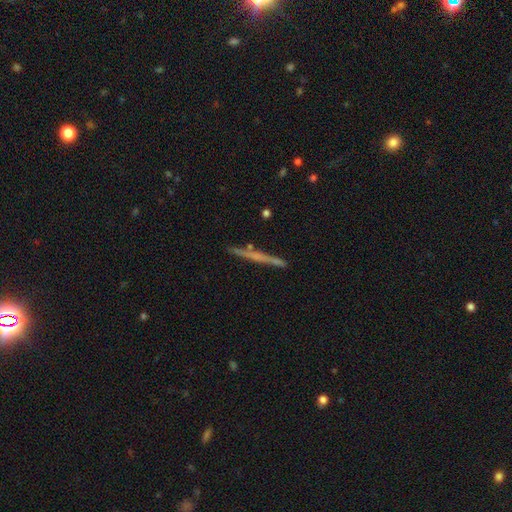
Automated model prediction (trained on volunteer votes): Smooth or featured?
  - featured or disk: 58% *
  - smooth: 36%
  - star or artifact: 6%
Edge-on disk?
  - yes: 97% *
  - no: 3%
Edge-on bulge?
  - none: 75% *
  - rounded: 17%
  - boxy: 8%
Merging?
  - none: 86% *
  - minor disturbance: 9%
  - merger: 2%
  - major disturbance: 2%